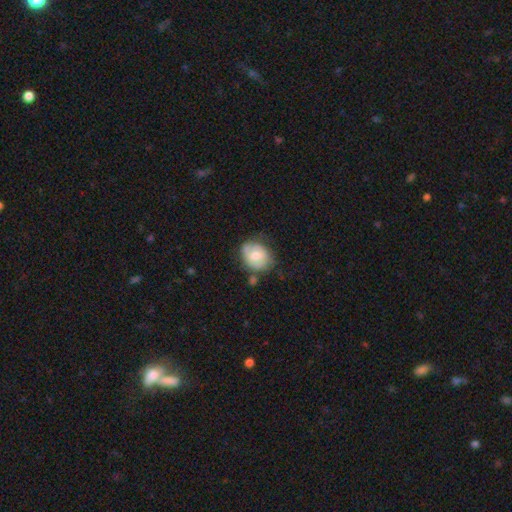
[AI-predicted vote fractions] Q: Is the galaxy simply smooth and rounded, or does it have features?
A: smooth — 51%.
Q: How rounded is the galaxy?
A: round — 56%.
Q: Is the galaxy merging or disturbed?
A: none — 57%.